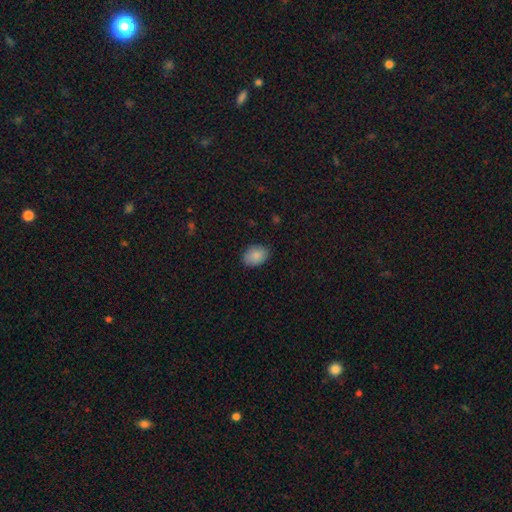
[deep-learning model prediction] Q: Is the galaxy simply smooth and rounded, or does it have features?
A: smooth — 88%.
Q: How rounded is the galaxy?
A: in between — 81%.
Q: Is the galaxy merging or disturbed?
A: none — 84%.